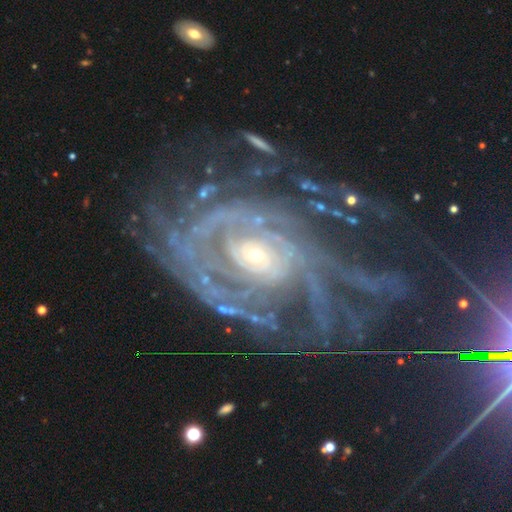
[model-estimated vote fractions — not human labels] featured or disk 90%, star or artifact 6%, smooth 4%. Down the decision tree: edge-on disk — no (97%); bar — no (67%); spiral arms — yes (96%); spiral arm count — can't tell (26%); spiral winding — tight (61%); bulge size — small (70%); merging — none (49%).